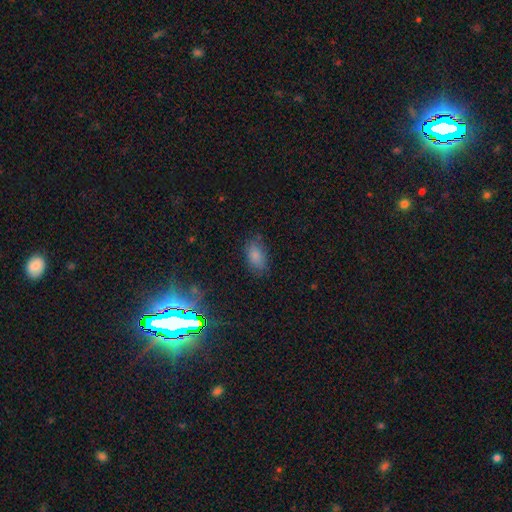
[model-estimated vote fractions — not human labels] smooth_or_featured: smooth (p=0.81) [alt: star or artifact p=0.12]
how_rounded: in between (p=0.91) [alt: round p=0.06]
merging: none (p=0.76) [alt: minor disturbance p=0.17]